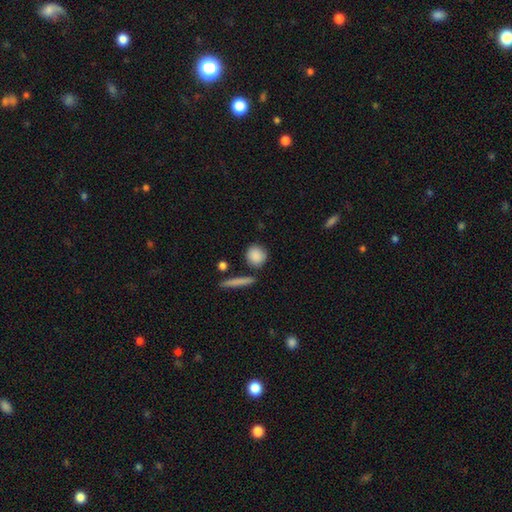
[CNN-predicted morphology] Smooth or featured?
  - smooth: 87% *
  - star or artifact: 7%
  - featured or disk: 6%
How rounded?
  - round: 77% *
  - in between: 19%
  - cigar-shaped: 5%
Merging?
  - none: 80% *
  - minor disturbance: 10%
  - merger: 7%
  - major disturbance: 3%